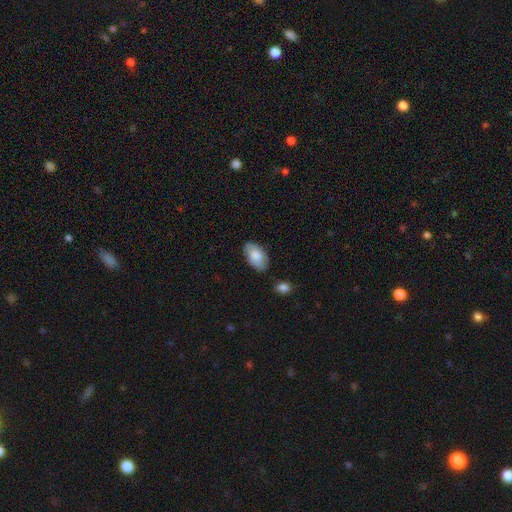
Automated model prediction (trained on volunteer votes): Smooth or featured? smooth (82%)
How rounded? in between (95%)
Merging? none (76%)